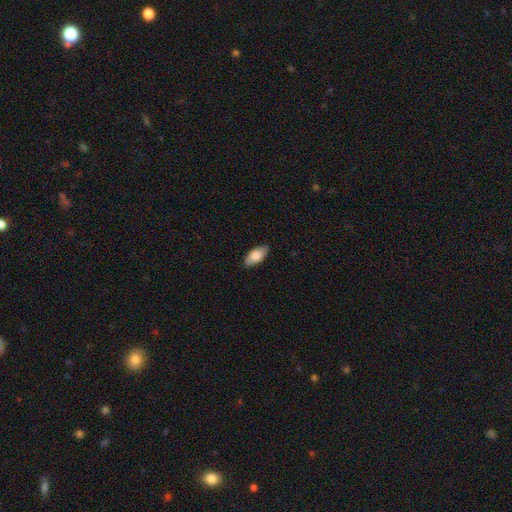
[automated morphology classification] Smooth or featured?
  - smooth: 83% *
  - featured or disk: 12%
  - star or artifact: 6%
How rounded?
  - in between: 91% *
  - cigar-shaped: 7%
  - round: 2%
Merging?
  - none: 87% *
  - minor disturbance: 10%
  - major disturbance: 2%
  - merger: 1%